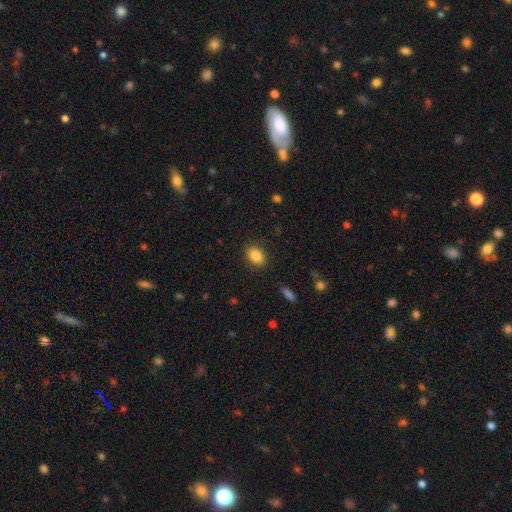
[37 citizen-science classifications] Overall: smooth (89%). How rounded: in between (91%). Merging: none (94%).